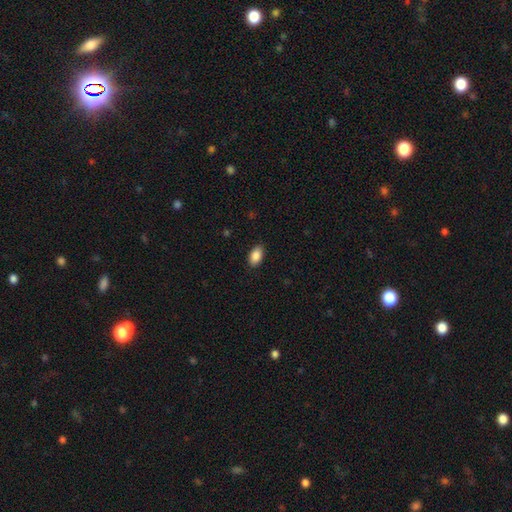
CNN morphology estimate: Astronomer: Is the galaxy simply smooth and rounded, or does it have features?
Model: smooth — 88%.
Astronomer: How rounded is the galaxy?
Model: in between — 92%.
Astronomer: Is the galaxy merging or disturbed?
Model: none — 87%.